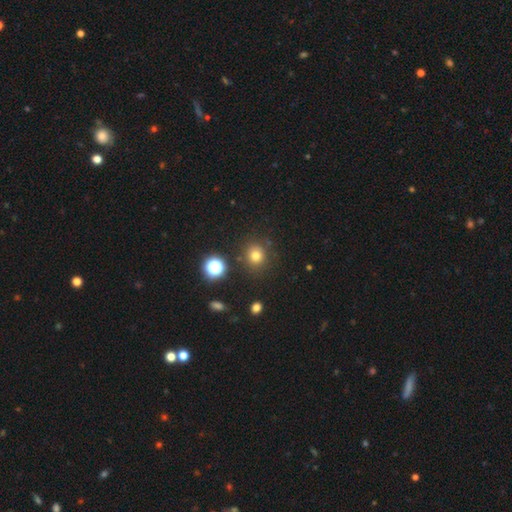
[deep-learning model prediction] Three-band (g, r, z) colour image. It shows a smooth galaxy with no disk features (75%) that is round (88%). Merging: none (84%).